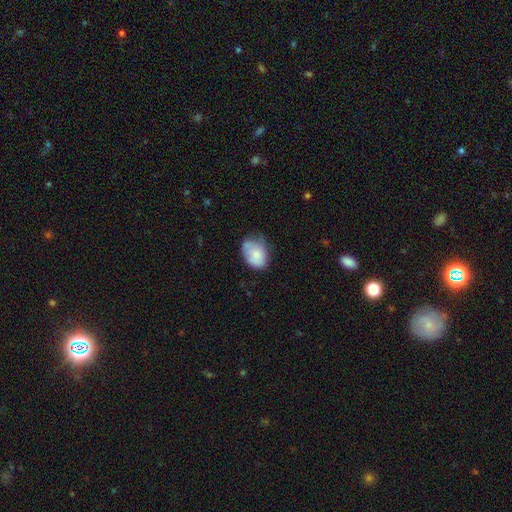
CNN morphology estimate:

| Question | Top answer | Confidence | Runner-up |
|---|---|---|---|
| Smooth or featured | smooth | 73% | featured or disk (19%) |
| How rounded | in between | 75% | round (24%) |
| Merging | none | 48% | minor disturbance (39%) |